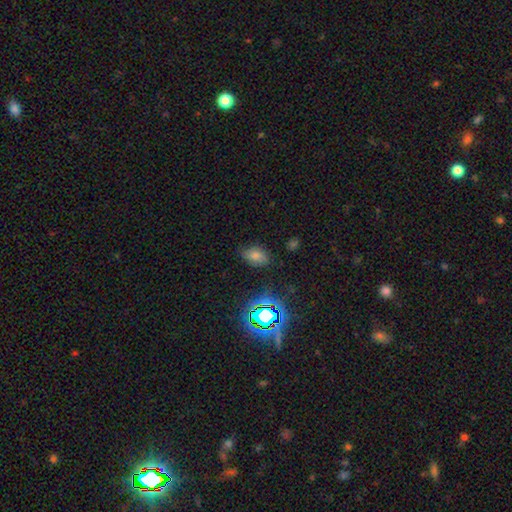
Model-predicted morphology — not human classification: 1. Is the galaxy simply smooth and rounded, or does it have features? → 69% smooth, 21% star or artifact, 10% featured or disk.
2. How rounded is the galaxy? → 87% in between, 11% round, 2% cigar-shaped.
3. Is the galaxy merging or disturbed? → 75% none, 19% minor disturbance, 5% major disturbance, 2% merger.